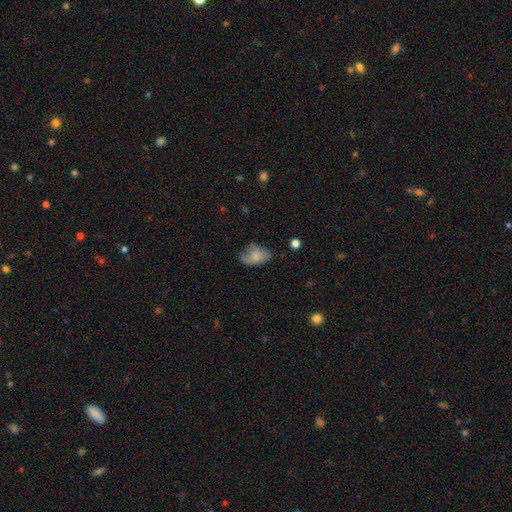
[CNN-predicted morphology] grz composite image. It shows a smooth galaxy with no disk features (72%) that is in between round and cigar-shaped (85%). Merging: none (52%).